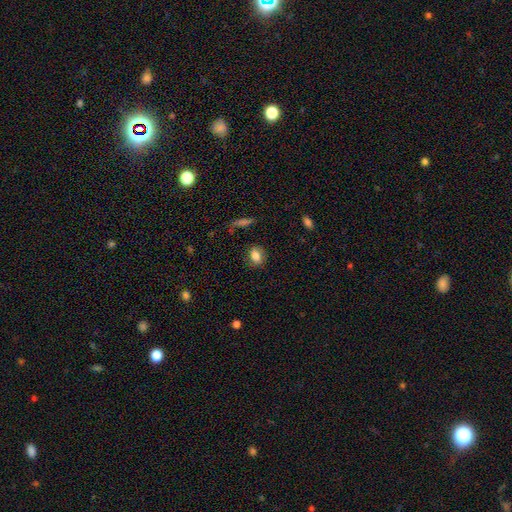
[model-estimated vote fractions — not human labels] Morphology: type=smooth (82%); roundness=in between (58%); merging=none (83%).